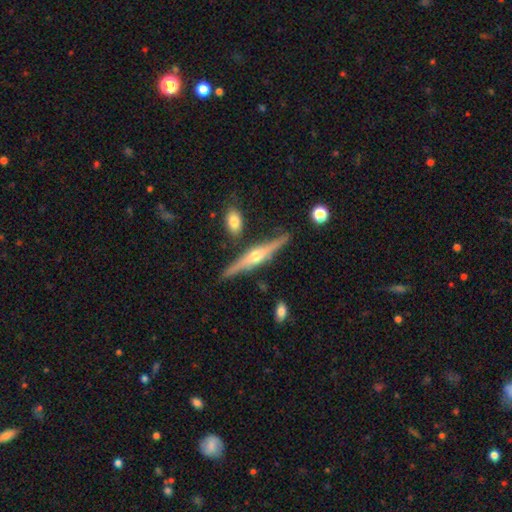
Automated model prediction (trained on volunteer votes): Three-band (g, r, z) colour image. It shows a featured or disk galaxy (82%) viewed edge-on (97%) with a rounded central bulge (91%). Merging: none (82%).